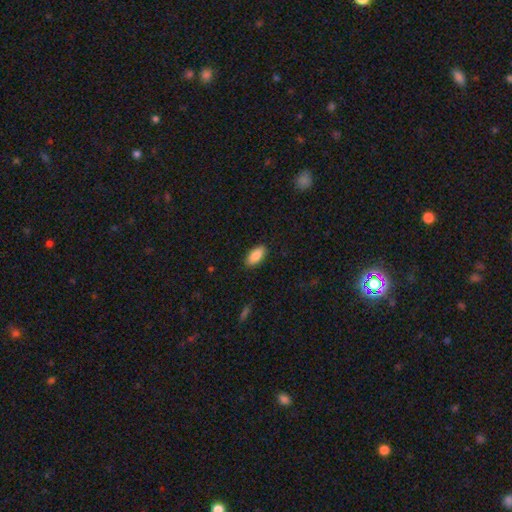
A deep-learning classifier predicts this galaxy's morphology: smooth_or_featured: smooth (p=0.86) [alt: featured or disk p=0.07]
how_rounded: in between (p=0.89) [alt: cigar-shaped p=0.09]
merging: none (p=0.89) [alt: minor disturbance p=0.08]